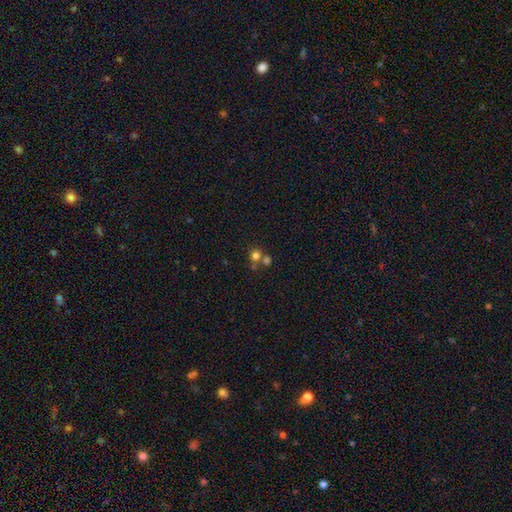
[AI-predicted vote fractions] This is likely a smooth galaxy (74%). How rounded: clearly round (82%). Merging: possibly none (46%).